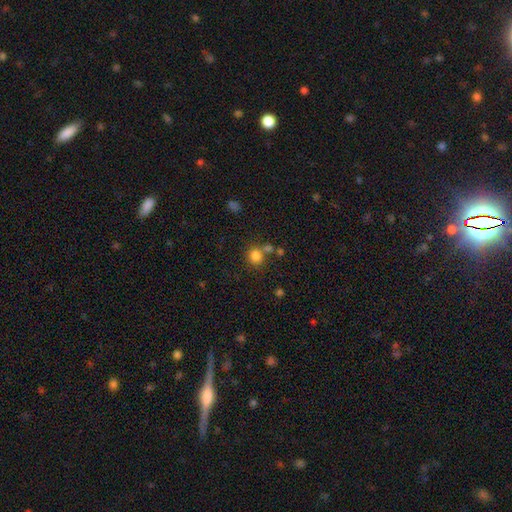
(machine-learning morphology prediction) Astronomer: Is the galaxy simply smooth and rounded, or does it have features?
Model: smooth — 81%.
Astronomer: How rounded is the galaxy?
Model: round — 84%.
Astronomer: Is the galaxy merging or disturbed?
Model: none — 63%.